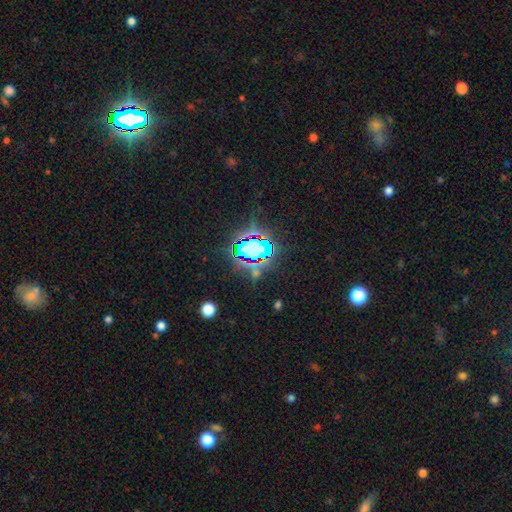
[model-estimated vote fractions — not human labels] Smooth or featured?
  - star or artifact: 83% *
  - smooth: 10%
  - featured or disk: 6%